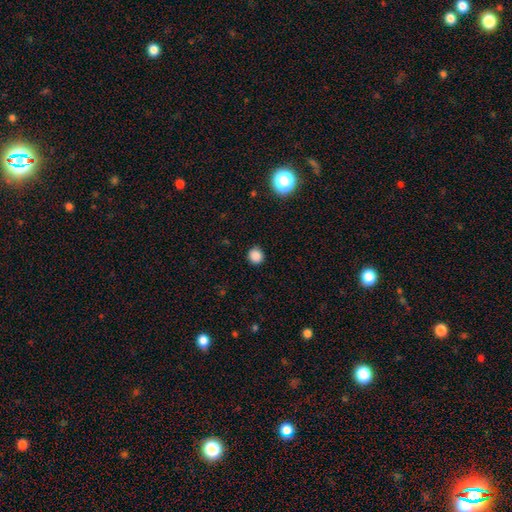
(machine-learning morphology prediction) Smooth or featured?
  - smooth: 86% *
  - star or artifact: 12%
  - featured or disk: 3%
How rounded?
  - round: 90% *
  - in between: 9%
  - cigar-shaped: 1%
Merging?
  - none: 90% *
  - minor disturbance: 7%
  - major disturbance: 2%
  - merger: 1%